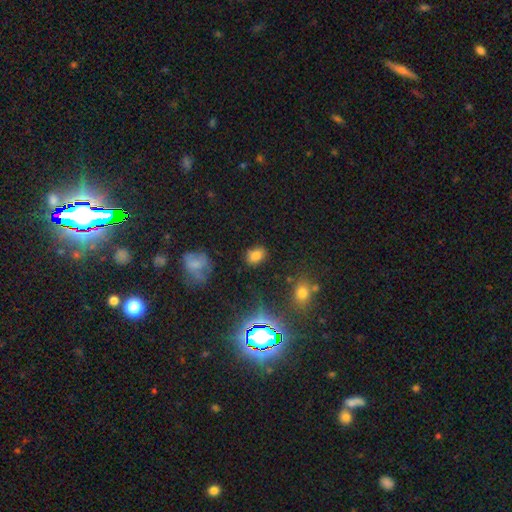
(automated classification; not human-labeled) A smooth galaxy with no disk features (71%) that is in between round and cigar-shaped (76%).

Vote fractions:
- Smooth or featured? smooth: 71% / star or artifact: 20% / featured or disk: 9%
- How rounded? in between: 76% / round: 22% / cigar-shaped: 2%
- Merging? none: 78% / minor disturbance: 14% / major disturbance: 4% / merger: 4%